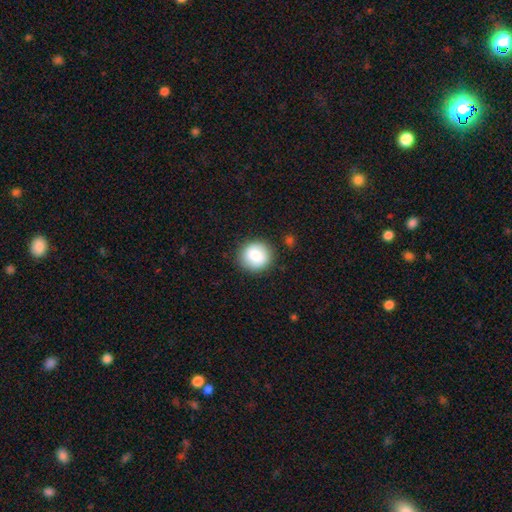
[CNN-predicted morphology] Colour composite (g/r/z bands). It shows a smooth galaxy with no disk features (82%) that is round (92%). Merging: none (88%).